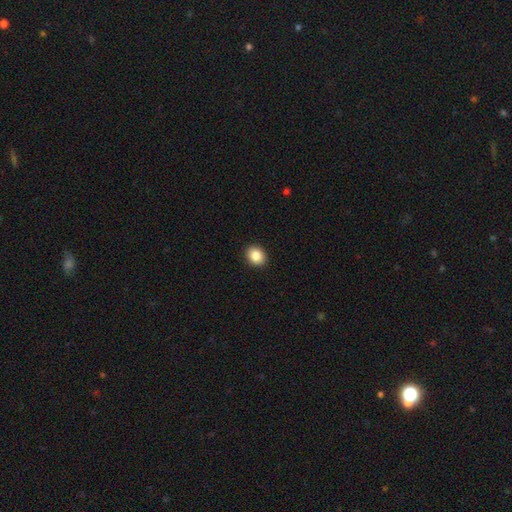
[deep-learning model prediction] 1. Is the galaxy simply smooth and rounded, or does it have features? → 86% smooth, 9% star or artifact, 5% featured or disk.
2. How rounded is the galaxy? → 62% round, 37% in between, 1% cigar-shaped.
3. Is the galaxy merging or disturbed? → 92% none, 5% minor disturbance, 2% major disturbance, 1% merger.